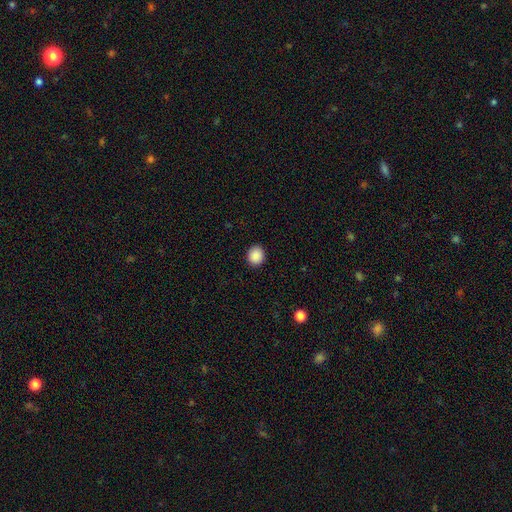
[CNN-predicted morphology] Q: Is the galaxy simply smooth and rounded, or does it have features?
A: smooth — 89%.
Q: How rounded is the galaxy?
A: round — 81%.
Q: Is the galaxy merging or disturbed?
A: none — 92%.